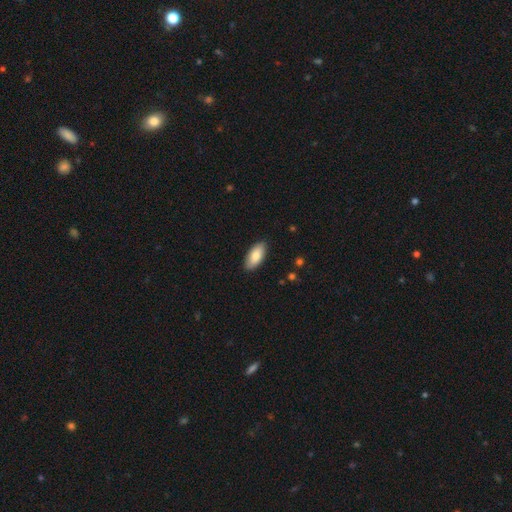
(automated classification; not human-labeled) A smooth galaxy with no disk features (82%) that is in between round and cigar-shaped (91%). Merging: none (88%).